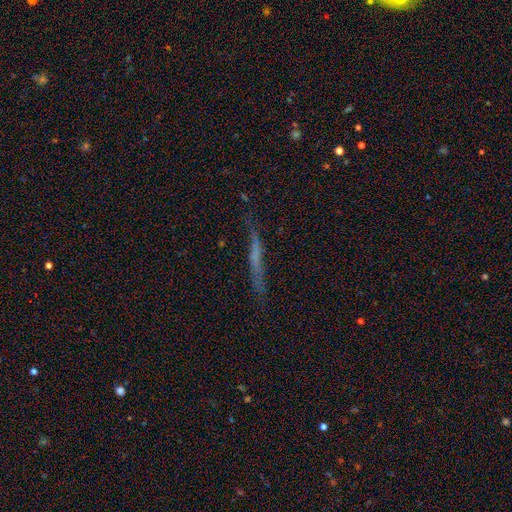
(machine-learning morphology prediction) A featured or disk galaxy (48%). Merging: none (71%).